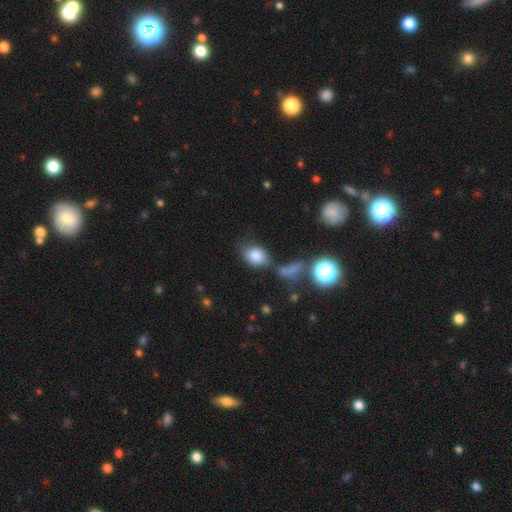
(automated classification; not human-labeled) smooth_or_featured: smooth (p=0.82) [alt: star or artifact p=0.10]
how_rounded: in between (p=0.67) [alt: round p=0.31]
merging: none (p=0.51) [alt: merger p=0.21]